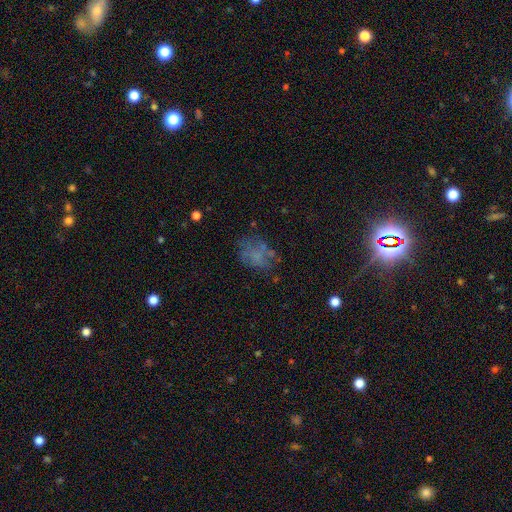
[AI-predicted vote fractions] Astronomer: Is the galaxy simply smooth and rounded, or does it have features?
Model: smooth — 44% (runner-up: featured or disk, 35%).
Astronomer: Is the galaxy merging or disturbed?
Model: none — 54%.